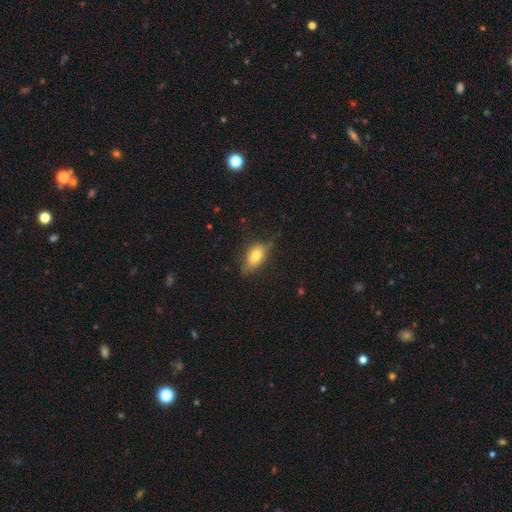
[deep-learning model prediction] smooth 75%, featured or disk 17%, star or artifact 8%. Down the decision tree: how rounded — in between (86%); merging — none (65%).